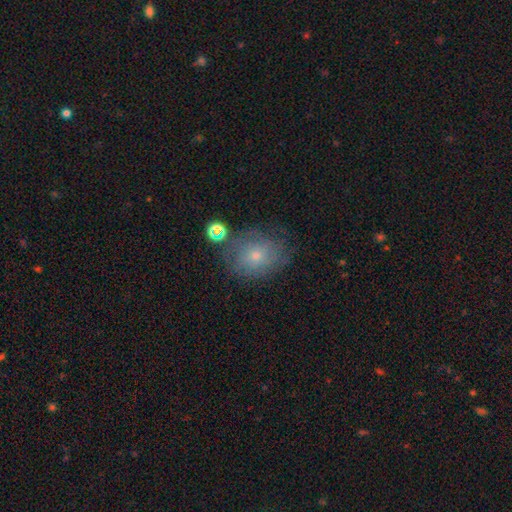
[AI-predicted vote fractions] smooth_or_featured: smooth (p=0.55) [alt: featured or disk p=0.32]
how_rounded: round (p=0.52) [alt: in between p=0.46]
merging: none (p=0.65) [alt: minor disturbance p=0.20]